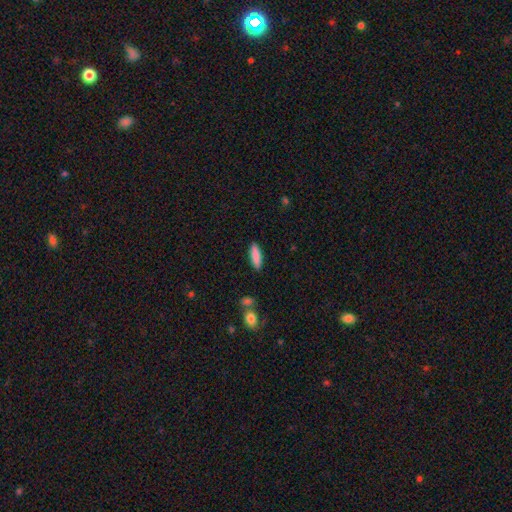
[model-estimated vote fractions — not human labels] A smooth galaxy with no disk features (86%) that is cigar-shaped (54%). Merging: none (88%).